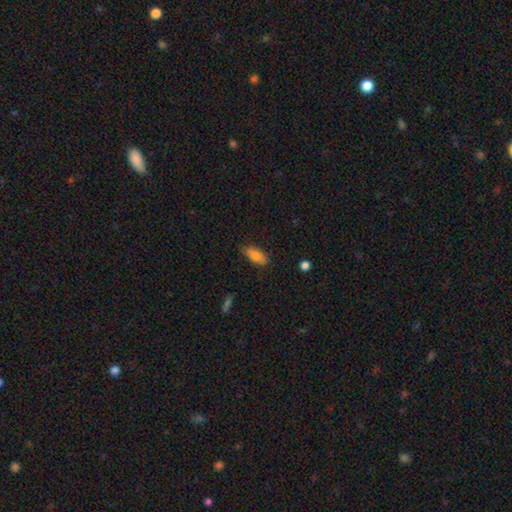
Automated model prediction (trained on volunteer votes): A smooth galaxy with no disk features (82%) that is in between round and cigar-shaped (86%). Merging: none (82%).